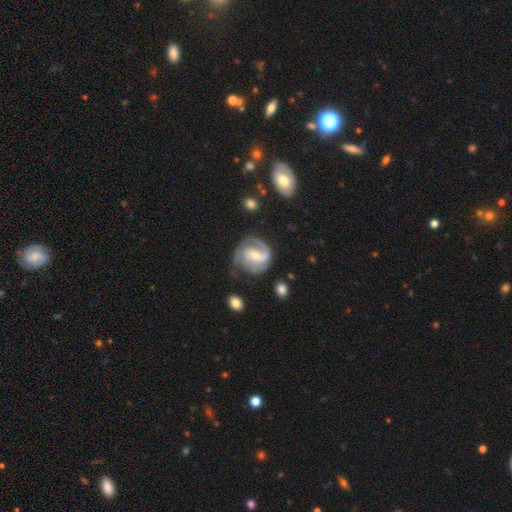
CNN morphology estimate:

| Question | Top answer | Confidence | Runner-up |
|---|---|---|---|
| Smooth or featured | featured or disk | 80% | smooth (14%) |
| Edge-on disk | no | 98% | yes (2%) |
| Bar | weak | 47% | no (33%) |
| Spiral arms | yes | 94% | no (6%) |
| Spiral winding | medium | 45% | tight (35%) |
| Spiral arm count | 2 | 58% | 1 (22%) |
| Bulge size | small | 58% | moderate (35%) |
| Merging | none | 63% | minor disturbance (21%) |